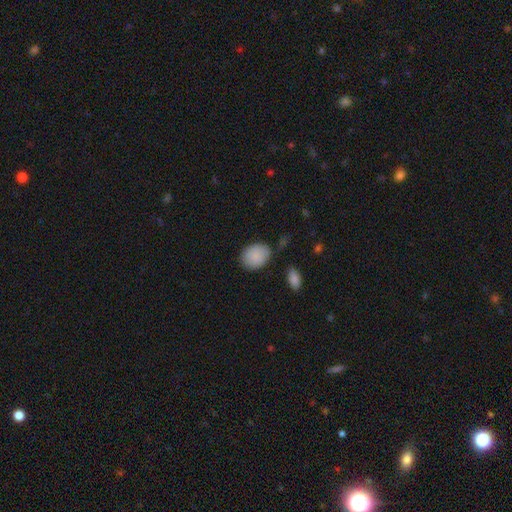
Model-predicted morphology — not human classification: smooth-or-featured: smooth: 88% | star or artifact: 7% | featured or disk: 5%
  how-rounded: in between: 71% | round: 28% | cigar-shaped: 1%
  merging: none: 75% | minor disturbance: 16% | merger: 4% | major disturbance: 4%